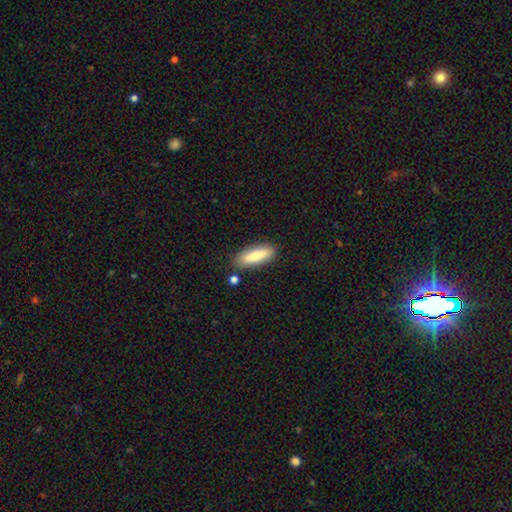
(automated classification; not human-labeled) This appears to be a smooth galaxy with no disk features (75%) that is in between round and cigar-shaped (50%). Merging: none (80%).